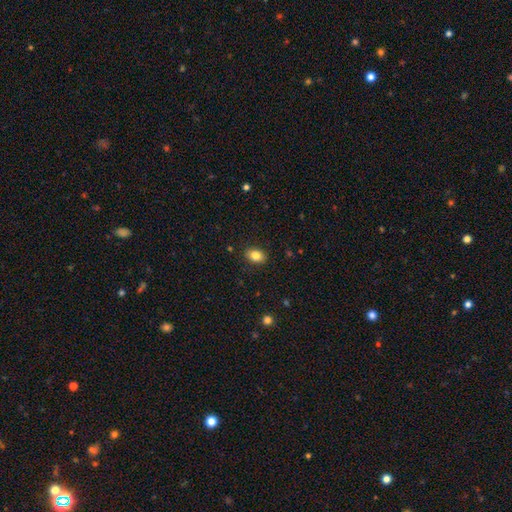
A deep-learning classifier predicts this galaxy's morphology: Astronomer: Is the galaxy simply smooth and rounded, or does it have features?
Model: smooth — 84%.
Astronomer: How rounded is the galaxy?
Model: in between — 78%.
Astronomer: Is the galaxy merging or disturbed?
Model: none — 88%.